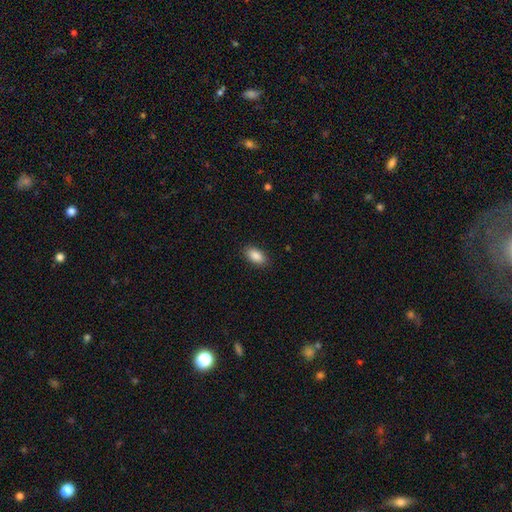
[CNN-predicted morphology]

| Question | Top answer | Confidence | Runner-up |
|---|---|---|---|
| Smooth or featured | smooth | 88% | star or artifact (7%) |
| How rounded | in between | 93% | round (4%) |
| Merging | none | 88% | minor disturbance (9%) |